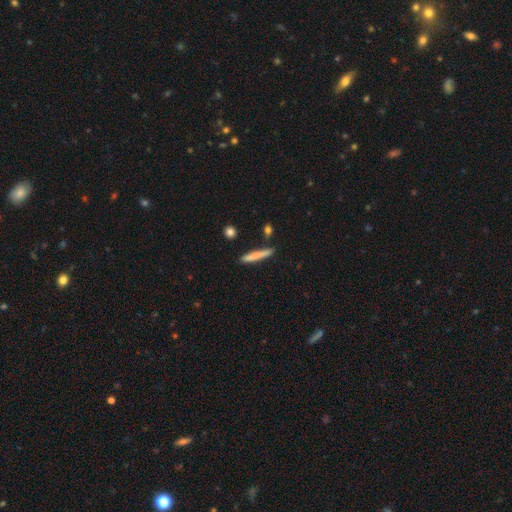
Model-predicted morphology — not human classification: smooth-or-featured: smooth: 75% | featured or disk: 19% | star or artifact: 6%
  how-rounded: cigar-shaped: 94% | in between: 4% | round: 1%
  merging: none: 83% | minor disturbance: 11% | merger: 4% | major disturbance: 2%